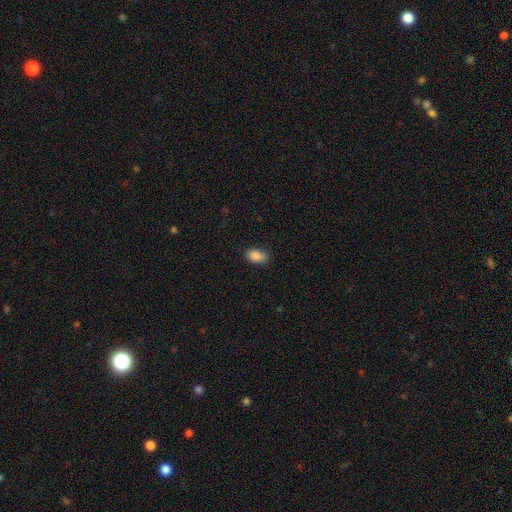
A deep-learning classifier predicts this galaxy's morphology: Smooth or featured? Predicted: smooth (p=0.88). How rounded? Predicted: in between (p=0.90). Merging? Predicted: none (p=0.82).